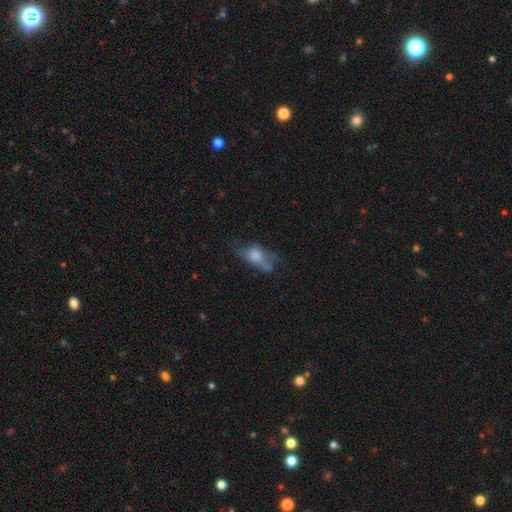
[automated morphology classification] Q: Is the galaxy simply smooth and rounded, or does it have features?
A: smooth — 57%.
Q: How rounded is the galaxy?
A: in between — 76%.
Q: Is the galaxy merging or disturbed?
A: none — 36%.